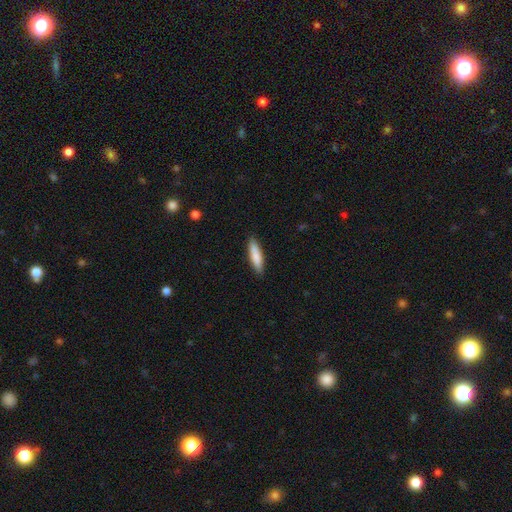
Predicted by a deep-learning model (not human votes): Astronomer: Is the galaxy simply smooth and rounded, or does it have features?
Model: smooth — 82%.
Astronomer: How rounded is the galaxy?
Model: cigar-shaped — 74%.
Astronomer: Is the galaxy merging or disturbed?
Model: none — 89%.